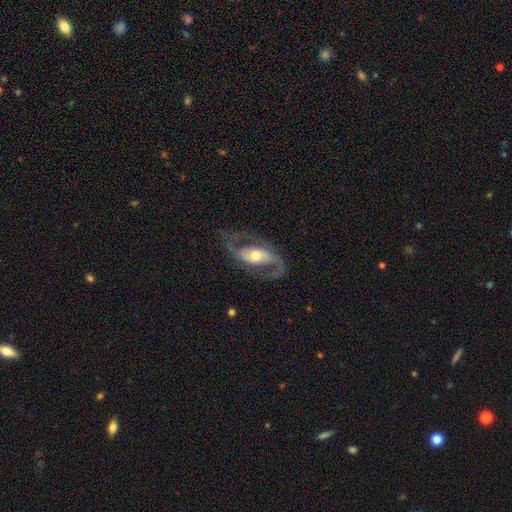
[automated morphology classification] type=featured or disk (84%); edge-on=no (95%); bar=no (46%); spiral arms=yes (91%); winding=medium (46%); arm count=2 (91%); bulge=moderate (59%); merging=none (73%).